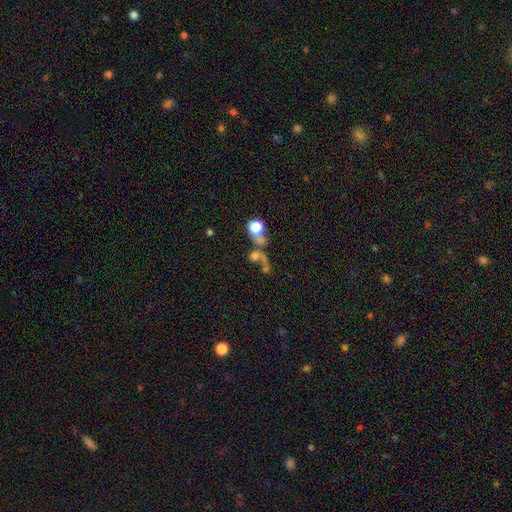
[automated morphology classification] The model was most divided on "smooth or featured": smooth: 48%, star or artifact: 26%, featured or disk: 26%. Remaining: merging — merger (46%).